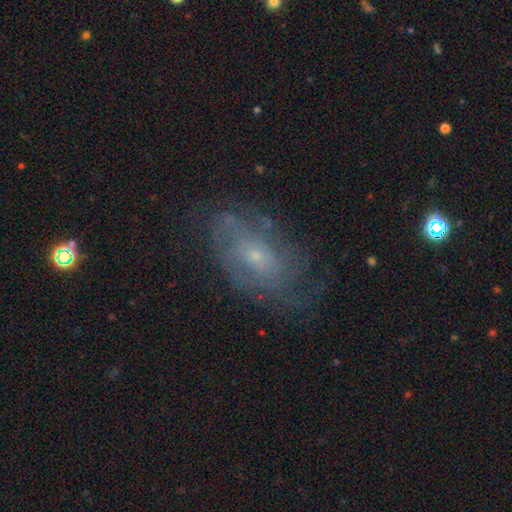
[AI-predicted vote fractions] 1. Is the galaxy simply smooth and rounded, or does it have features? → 68% featured or disk, 21% smooth, 11% star or artifact.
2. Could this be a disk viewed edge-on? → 94% no, 6% yes.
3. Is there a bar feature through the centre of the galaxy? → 72% no, 24% weak, 4% strong.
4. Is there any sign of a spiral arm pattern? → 81% yes, 19% no.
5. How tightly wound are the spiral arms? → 51% tight, 34% medium, 14% loose.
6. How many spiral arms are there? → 57% can't tell, 18% 2, 9% 3, 7% 4, 5% 1, 5% more than 4.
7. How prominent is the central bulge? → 71% small, 23% moderate, 3% none, 2% large, 1% dominant.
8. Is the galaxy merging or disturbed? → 69% none, 19% minor disturbance, 10% major disturbance, 2% merger.